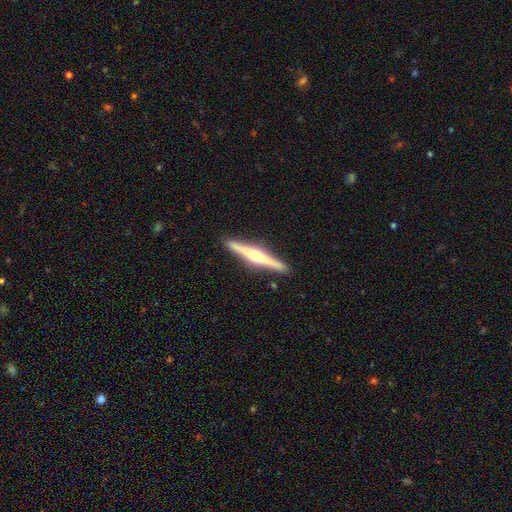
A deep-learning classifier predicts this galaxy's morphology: Smooth or featured?
  - featured or disk: 77% *
  - smooth: 19%
  - star or artifact: 5%
Edge-on disk?
  - yes: 98% *
  - no: 2%
Edge-on bulge?
  - rounded: 89% *
  - boxy: 7%
  - none: 4%
Merging?
  - none: 91% *
  - minor disturbance: 6%
  - major disturbance: 1%
  - merger: 1%